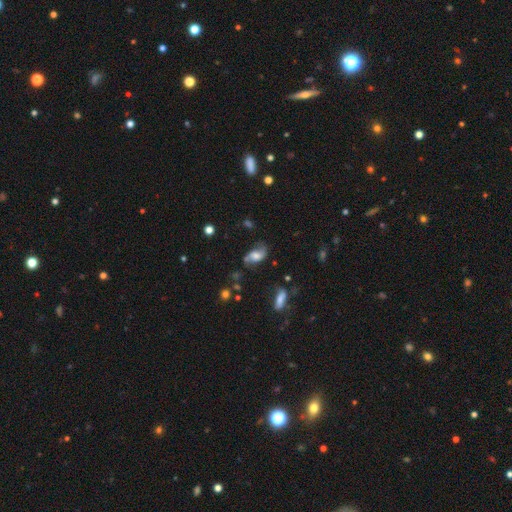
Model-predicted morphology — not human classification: featured or disk 58%, smooth 32%, star or artifact 10%. Down the decision tree: edge-on disk — no (94%); bar — no (58%); spiral arms — yes (87%); bulge size — moderate (39%); merging — none (56%).